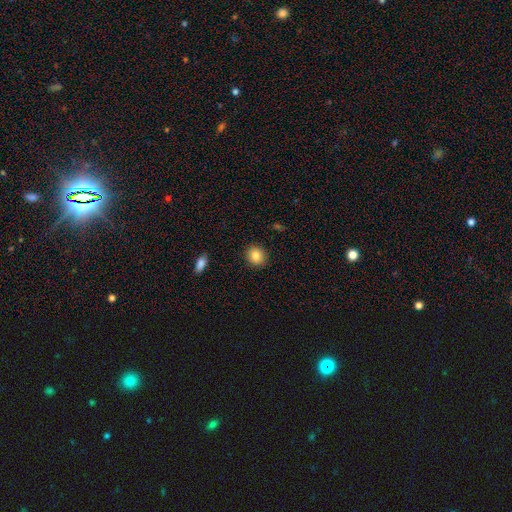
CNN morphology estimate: type=smooth (85%); roundness=round (77%); merging=none (90%).